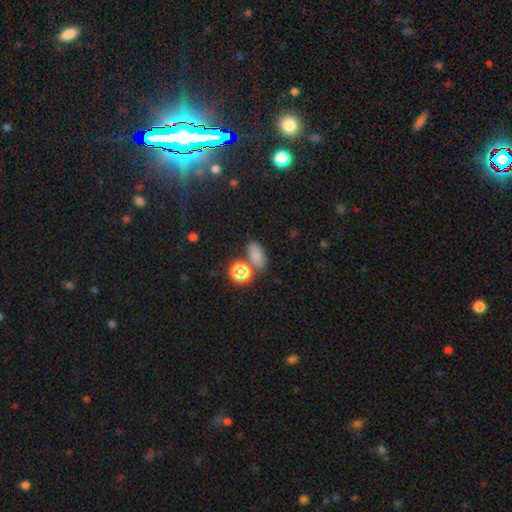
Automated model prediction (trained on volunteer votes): The model was most divided on "merging": none: 64%, merger: 18%, minor disturbance: 13%, major disturbance: 5%. More confident: how rounded — in between (80%); smooth or featured — smooth (74%).